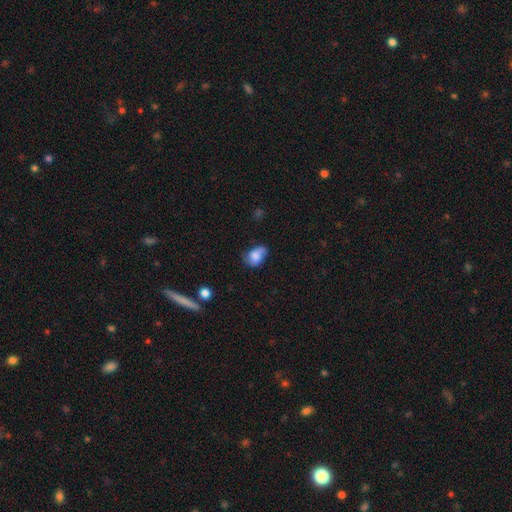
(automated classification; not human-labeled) smooth_or_featured: smooth (p=0.68) [alt: featured or disk p=0.23]
how_rounded: in between (p=0.79) [alt: round p=0.20]
merging: none (p=0.43) [alt: minor disturbance p=0.38]